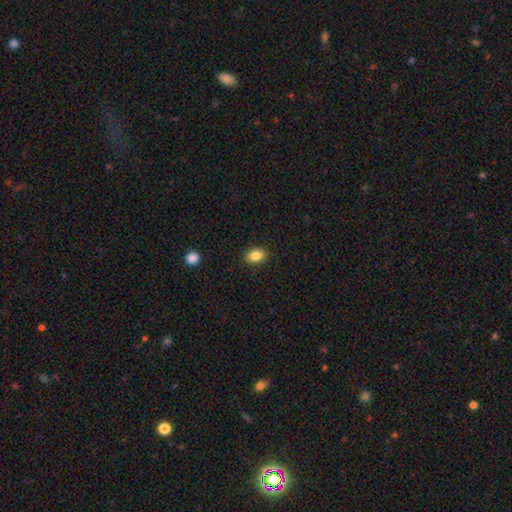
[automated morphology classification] Smooth or featured?
  - smooth: 86% *
  - star or artifact: 9%
  - featured or disk: 5%
How rounded?
  - in between: 78% *
  - round: 21%
  - cigar-shaped: 1%
Merging?
  - none: 89% *
  - minor disturbance: 8%
  - major disturbance: 2%
  - merger: 1%